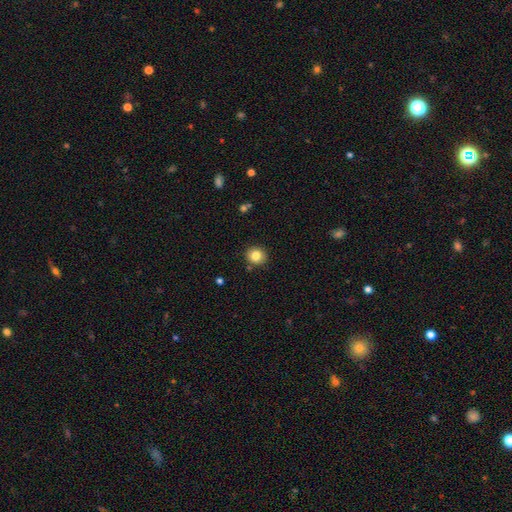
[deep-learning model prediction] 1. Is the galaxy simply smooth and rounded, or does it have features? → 83% smooth, 10% star or artifact, 7% featured or disk.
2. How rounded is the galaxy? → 85% round, 14% in between, 1% cigar-shaped.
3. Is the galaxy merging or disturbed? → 87% none, 8% minor disturbance, 3% merger, 2% major disturbance.